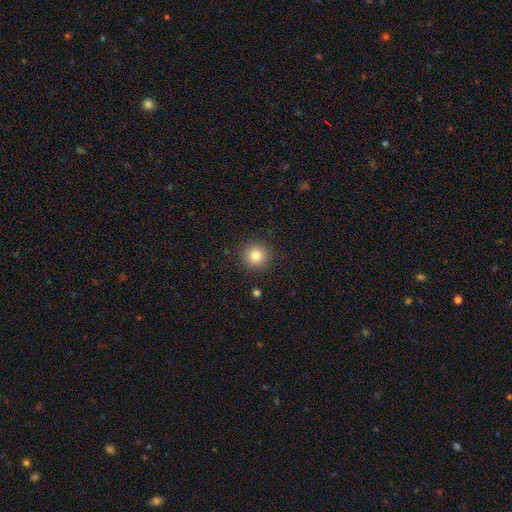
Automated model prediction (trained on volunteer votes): Smooth or featured?
  - smooth: 82% *
  - star or artifact: 11%
  - featured or disk: 7%
How rounded?
  - round: 95% *
  - in between: 4%
  - cigar-shaped: 1%
Merging?
  - none: 90% *
  - minor disturbance: 6%
  - major disturbance: 2%
  - merger: 1%